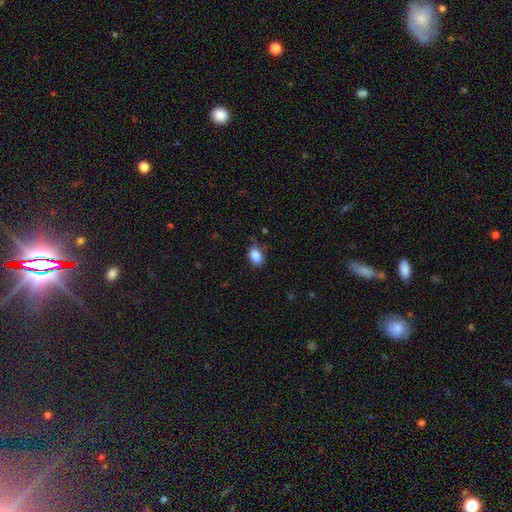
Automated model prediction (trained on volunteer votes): A smooth galaxy with no disk features (87%) that is in between round and cigar-shaped (77%).

Vote fractions:
- Smooth or featured? smooth: 87% / star or artifact: 9% / featured or disk: 5%
- How rounded? in between: 77% / round: 21% / cigar-shaped: 1%
- Merging? none: 69% / minor disturbance: 24% / major disturbance: 5% / merger: 2%